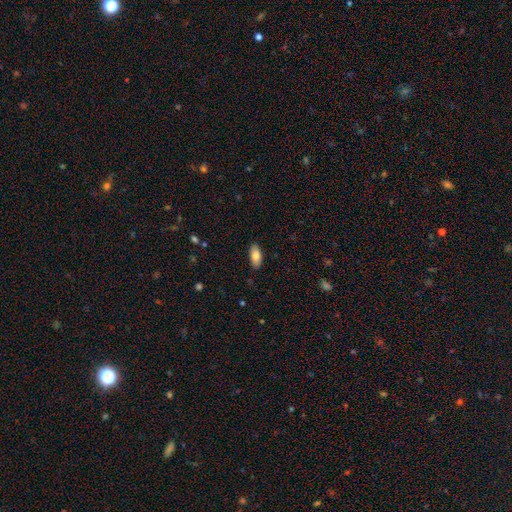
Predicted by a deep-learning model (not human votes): smooth_or_featured: smooth (p=0.82) [alt: featured or disk p=0.12]
how_rounded: in between (p=0.88) [alt: cigar-shaped p=0.10]
merging: none (p=0.88) [alt: minor disturbance p=0.09]